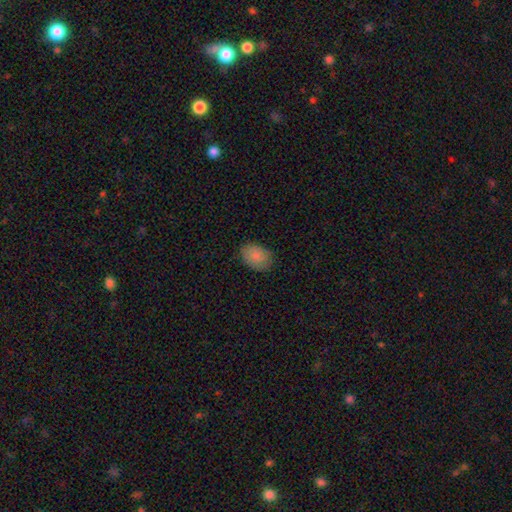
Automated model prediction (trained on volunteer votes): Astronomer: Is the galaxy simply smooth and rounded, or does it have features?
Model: smooth — 84%.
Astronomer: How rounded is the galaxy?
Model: in between — 80%.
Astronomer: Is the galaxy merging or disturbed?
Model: none — 80%.